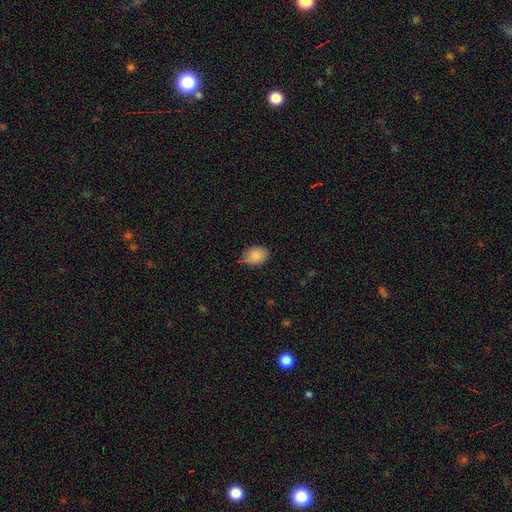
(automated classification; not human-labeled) Smooth or featured?
  - smooth: 86% *
  - star or artifact: 8%
  - featured or disk: 6%
How rounded?
  - in between: 65% *
  - round: 34%
  - cigar-shaped: 1%
Merging?
  - none: 73% *
  - minor disturbance: 22%
  - major disturbance: 3%
  - merger: 2%